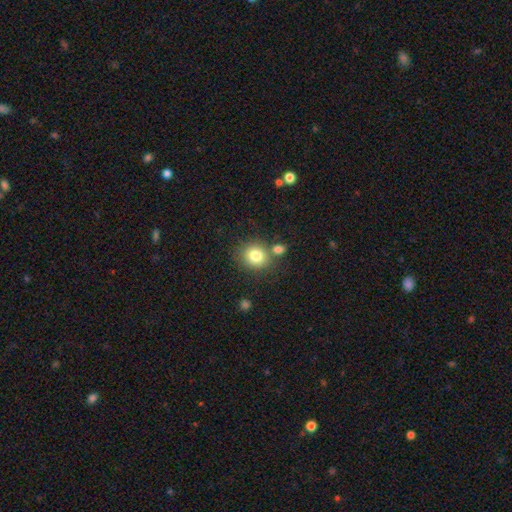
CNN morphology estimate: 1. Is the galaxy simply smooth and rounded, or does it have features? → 80% smooth, 11% star or artifact, 9% featured or disk.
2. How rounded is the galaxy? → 79% round, 20% in between, 1% cigar-shaped.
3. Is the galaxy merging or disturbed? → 69% none, 17% merger, 10% minor disturbance, 4% major disturbance.